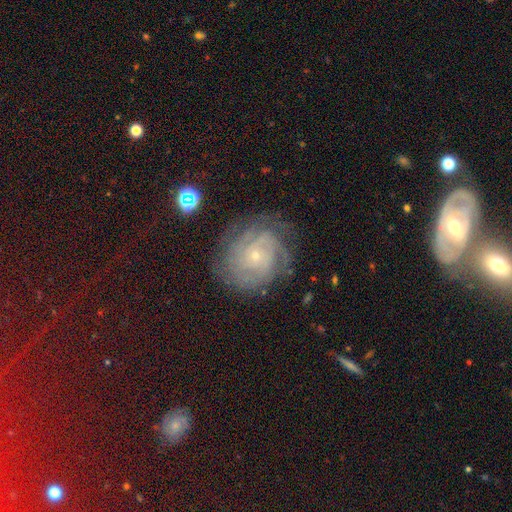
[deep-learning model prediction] smooth_or_featured: featured or disk (p=0.81) [alt: smooth p=0.11]
disk_edge_on: no (p=0.98) [alt: yes p=0.02]
bar: no (p=0.79) [alt: weak p=0.17]
has_spiral_arms: yes (p=0.94) [alt: no p=0.06]
spiral_winding: tight (p=0.73) [alt: medium p=0.22]
spiral_arm_count: can't tell (p=0.35) [alt: 3 p=0.18]
bulge_size: small (p=0.85) [alt: moderate p=0.11]
merging: none (p=0.73) [alt: minor disturbance p=0.17]